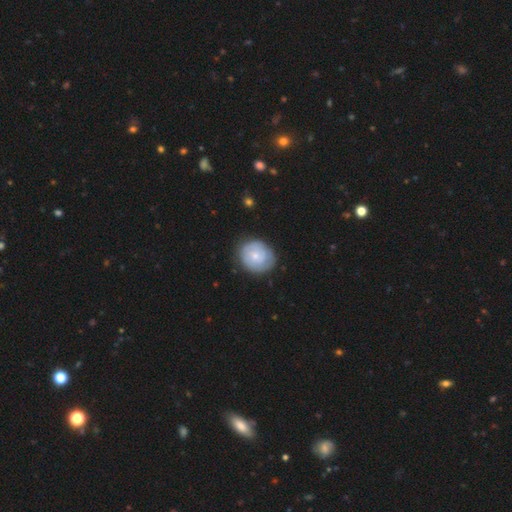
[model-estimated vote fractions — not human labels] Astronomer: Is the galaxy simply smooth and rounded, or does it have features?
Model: smooth — 51% (runner-up: featured or disk, 44%).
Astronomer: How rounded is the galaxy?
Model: round — 75%.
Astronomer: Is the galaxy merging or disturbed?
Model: none — 78%.